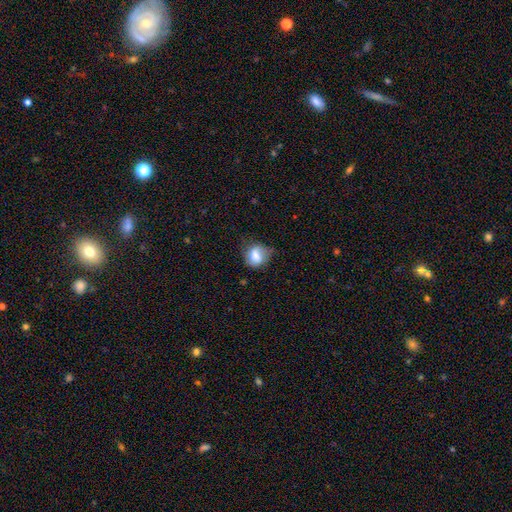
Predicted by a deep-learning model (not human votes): This appears to be a smooth galaxy with no disk features (75%) that is round (61%). Merging: none (54%).